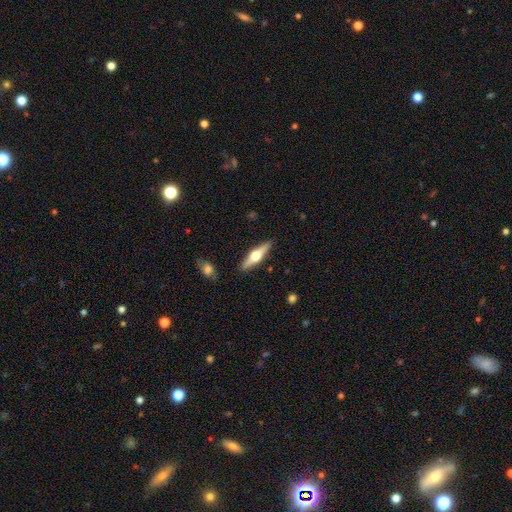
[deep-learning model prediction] Smooth or featured: featured or disk — 66% (smooth — 28%)
Edge-on disk: yes — 97% (no — 3%)
Edge-on bulge: rounded — 96% (boxy — 3%)
Merging: none — 90% (minor disturbance — 7%)